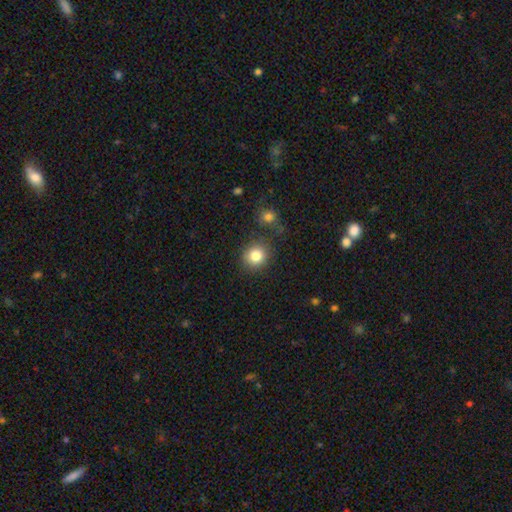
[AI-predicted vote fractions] The model was most divided on "how rounded": round: 83%, in between: 16%, cigar-shaped: 1%. More confident: smooth or featured — smooth (83%); merging — none (80%).